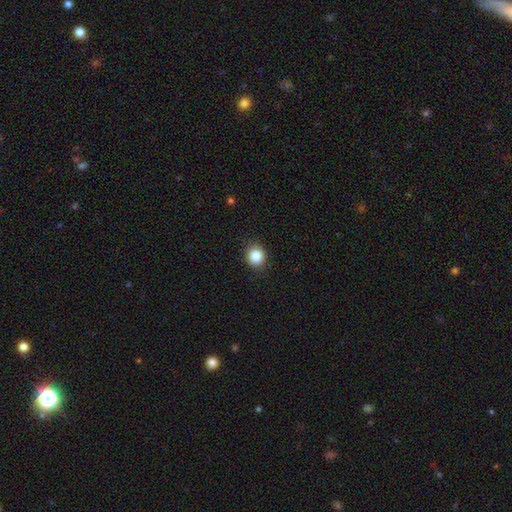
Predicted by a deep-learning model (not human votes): Smooth or featured? smooth (85%)
How rounded? round (81%)
Merging? none (89%)